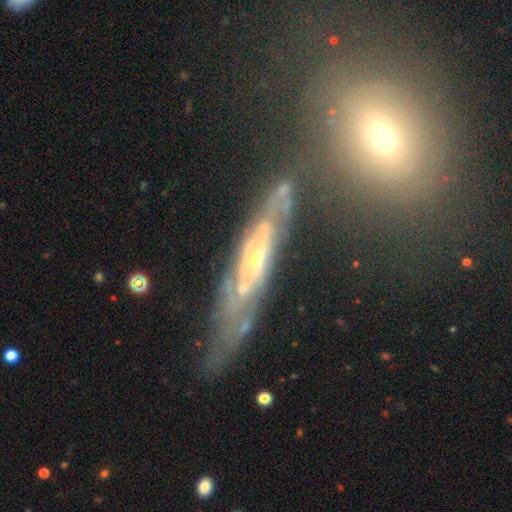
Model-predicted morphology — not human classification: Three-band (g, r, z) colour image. It shows a featured or disk galaxy (75%). Merging: none (58%).